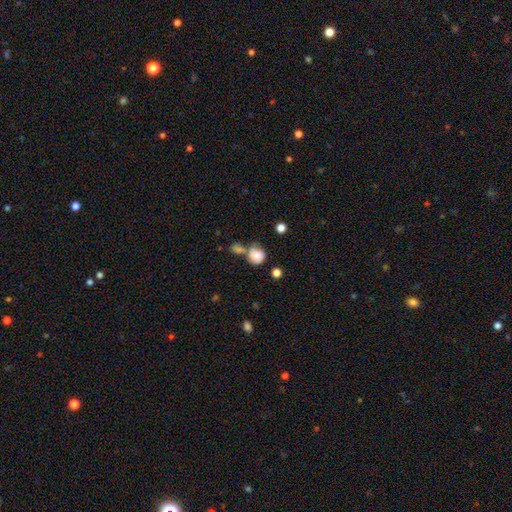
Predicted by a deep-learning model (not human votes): smooth 75%, featured or disk 16%, star or artifact 9%. Down the decision tree: how rounded — round (78%); merging — none (40%).